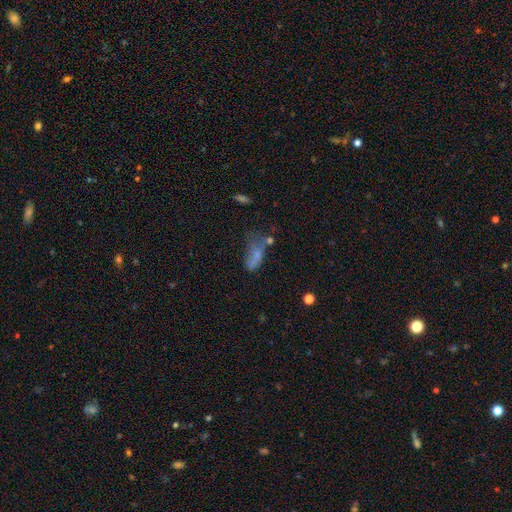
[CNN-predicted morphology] smooth_or_featured: smooth (p=0.63) [alt: featured or disk p=0.23]
how_rounded: in between (p=0.77) [alt: cigar-shaped p=0.18]
merging: major disturbance (p=0.35) [alt: none p=0.25]